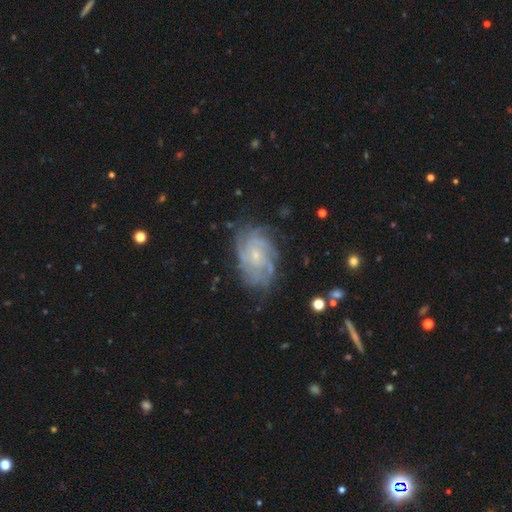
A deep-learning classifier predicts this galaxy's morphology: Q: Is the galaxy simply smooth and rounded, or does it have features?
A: featured or disk — 81%.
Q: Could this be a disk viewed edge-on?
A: no — 97%.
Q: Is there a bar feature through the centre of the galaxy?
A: no — 71%.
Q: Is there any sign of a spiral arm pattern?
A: yes — 94%.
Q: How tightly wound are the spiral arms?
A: tight — 64%.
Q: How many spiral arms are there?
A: can't tell — 40%.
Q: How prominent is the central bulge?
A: small — 73%.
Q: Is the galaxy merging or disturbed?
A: none — 73%.